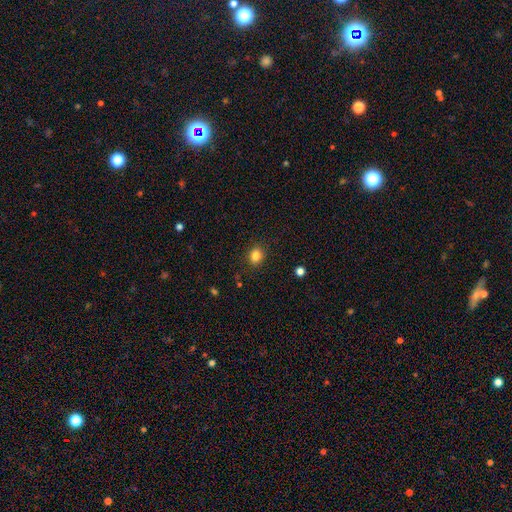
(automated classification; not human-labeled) This is clearly a smooth galaxy (84%). How rounded: possibly round (54%). Merging: clearly none (88%).